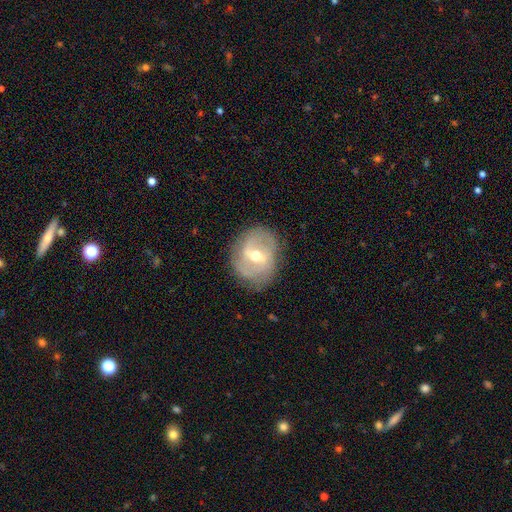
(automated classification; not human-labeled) Smooth or featured: featured or disk — 76% (smooth — 17%)
Edge-on disk: no — 96% (yes — 4%)
Bar: weak — 52% (strong — 29%)
Spiral arms: yes — 84% (no — 16%)
Spiral winding: medium — 43% (tight — 34%)
Spiral arm count: 2 — 66% (can't tell — 17%)
Bulge size: moderate — 69% (small — 26%)
Merging: none — 78% (minor disturbance — 16%)